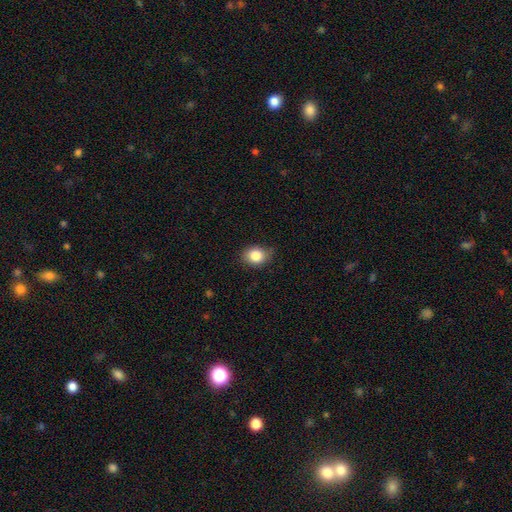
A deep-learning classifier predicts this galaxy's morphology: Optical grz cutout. It shows a smooth galaxy with no disk features (84%) that is in between round and cigar-shaped (52%). Merging: none (74%).